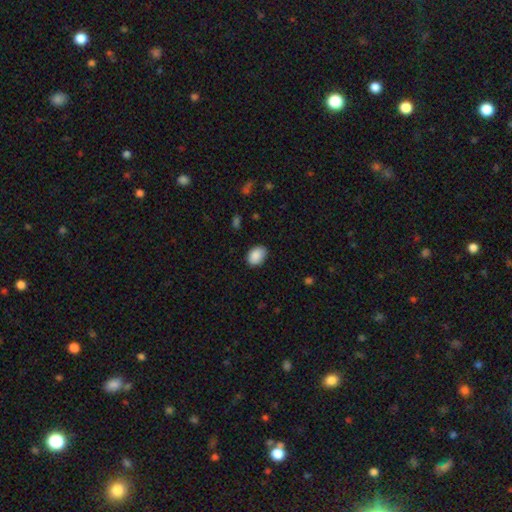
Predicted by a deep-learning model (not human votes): Morphology: type=smooth (89%); roundness=in between (79%); merging=none (81%).